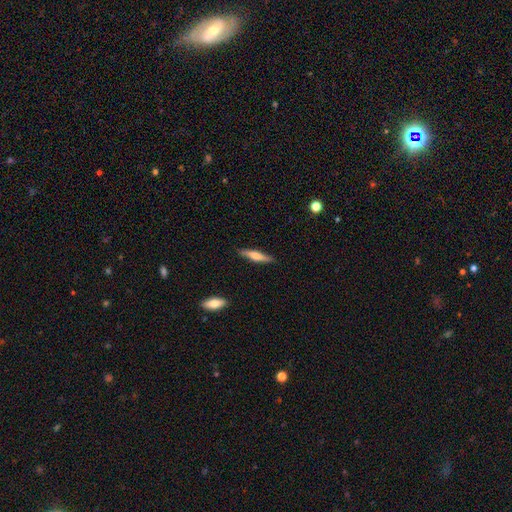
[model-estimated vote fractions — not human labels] A smooth galaxy with no disk features (57%) that is cigar-shaped (82%). Merging: none (87%).